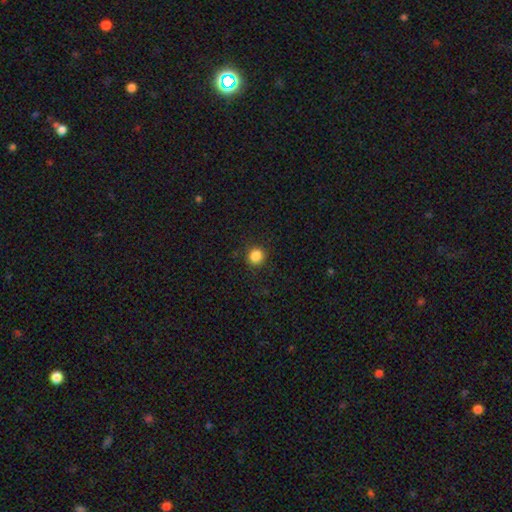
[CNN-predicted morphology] type=smooth (85%); roundness=round (90%); merging=none (90%).